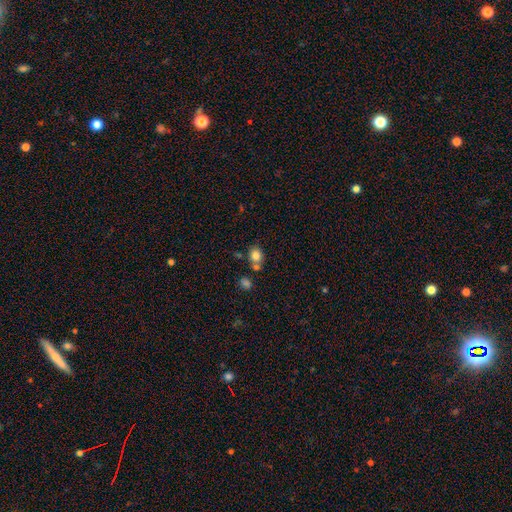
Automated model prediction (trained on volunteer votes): smooth_or_featured: smooth (p=0.81) [alt: star or artifact p=0.11]
how_rounded: round (p=0.64) [alt: in between p=0.35]
merging: none (p=0.57) [alt: merger p=0.26]